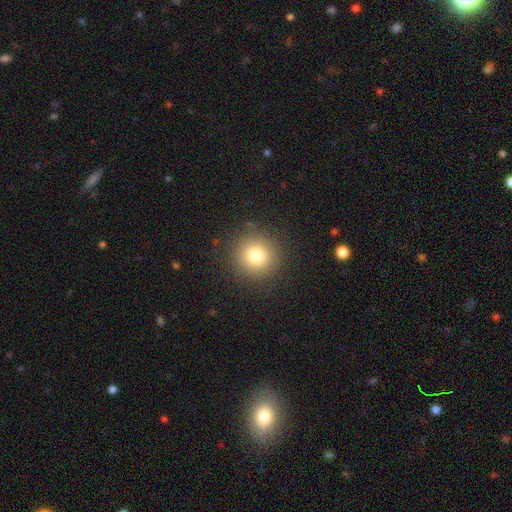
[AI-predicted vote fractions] Smooth or featured? Predicted: smooth (p=0.79). How rounded? Predicted: round (p=0.94). Merging? Predicted: none (p=0.89).